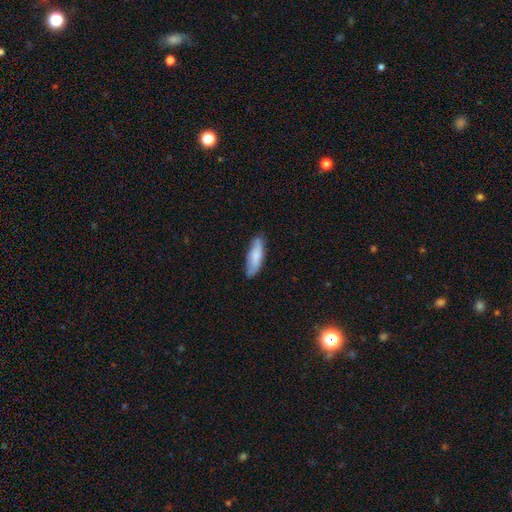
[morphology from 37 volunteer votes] smooth_or_featured: smooth (p=0.78) [alt: featured or disk p=0.16]
how_rounded: cigar-shaped (p=0.52) [alt: in between p=0.41]
merging: none (p=0.74) [alt: minor disturbance p=0.23]